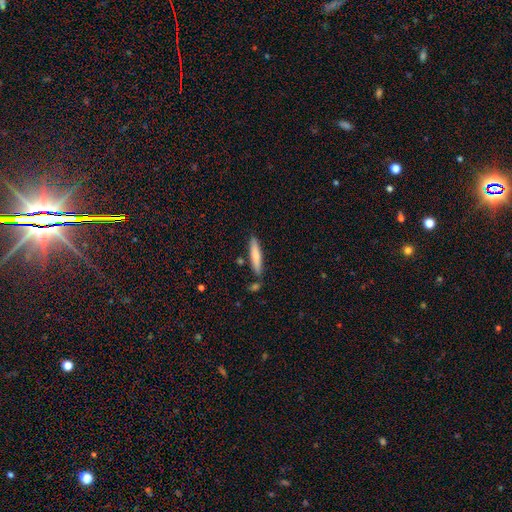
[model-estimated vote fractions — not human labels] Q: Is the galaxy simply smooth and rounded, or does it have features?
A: smooth — 74%.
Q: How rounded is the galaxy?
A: cigar-shaped — 89%.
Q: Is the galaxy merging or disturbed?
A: none — 82%.